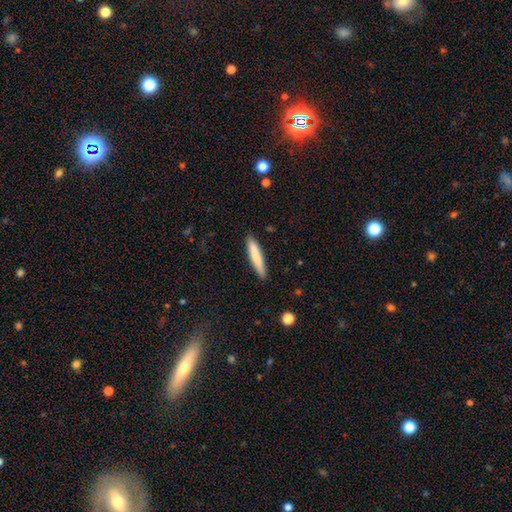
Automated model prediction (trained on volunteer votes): Morphology: type=smooth (79%); roundness=cigar-shaped (91%); merging=none (88%).